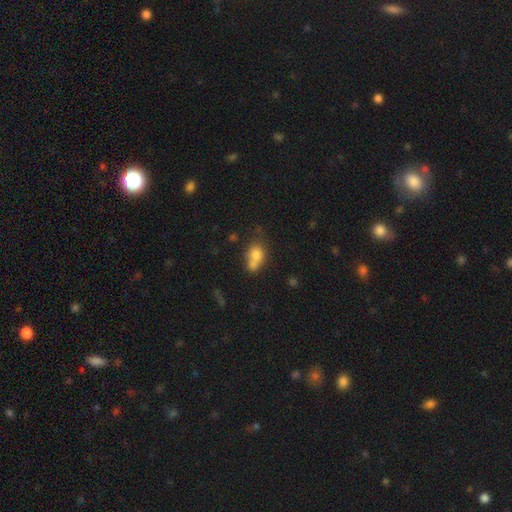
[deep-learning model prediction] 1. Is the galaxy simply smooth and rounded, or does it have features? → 75% smooth, 15% featured or disk, 10% star or artifact.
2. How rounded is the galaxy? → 57% in between, 41% round, 2% cigar-shaped.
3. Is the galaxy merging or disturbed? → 50% merger, 30% none, 13% minor disturbance, 6% major disturbance.